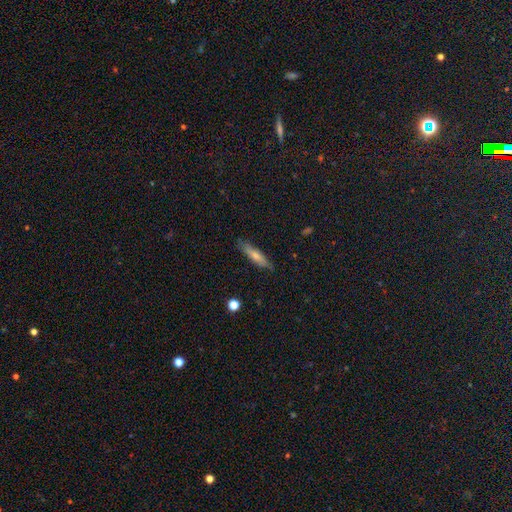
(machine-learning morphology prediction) A smooth galaxy with no disk features (63%) that is cigar-shaped (77%). Merging: none (81%).